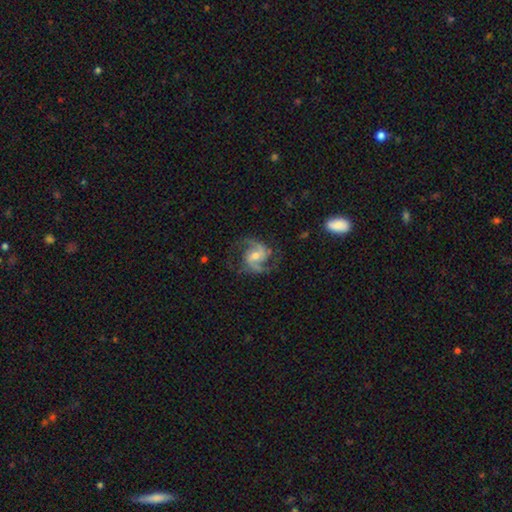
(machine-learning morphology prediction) featured or disk 89%, smooth 5%, star or artifact 5%. Down the decision tree: edge-on disk — no (98%); bar — weak (46%); spiral arms — yes (98%); spiral arm count — 2 (87%); spiral winding — medium (59%); bulge size — moderate (55%); merging — none (73%).